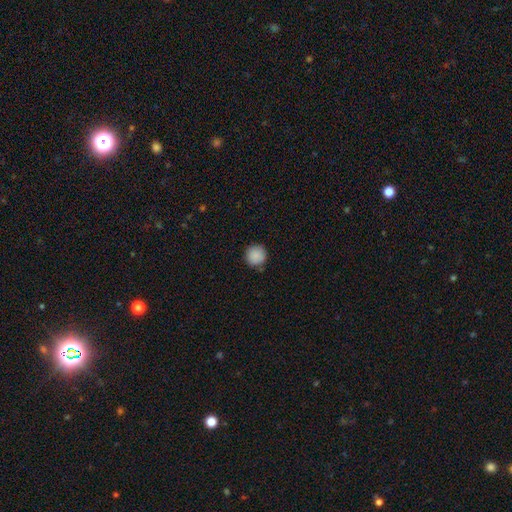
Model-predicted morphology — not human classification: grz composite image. It shows a smooth galaxy with no disk features (89%) that is round (95%). Merging: none (88%).